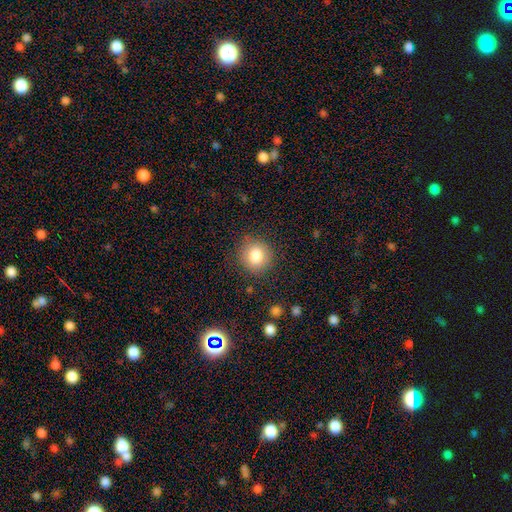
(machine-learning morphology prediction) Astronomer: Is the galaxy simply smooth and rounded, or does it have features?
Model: smooth — 82%.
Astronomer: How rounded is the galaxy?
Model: round — 86%.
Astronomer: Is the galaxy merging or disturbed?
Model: none — 85%.